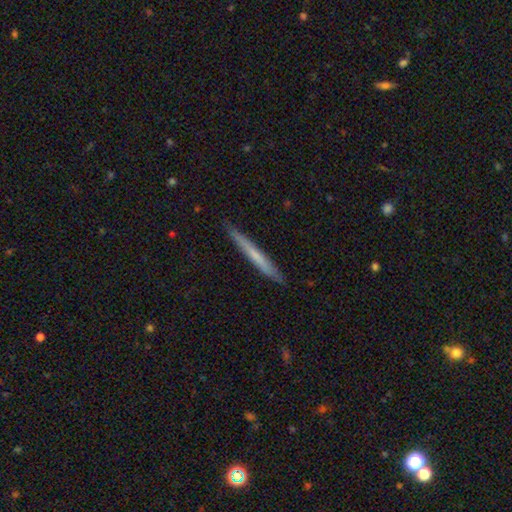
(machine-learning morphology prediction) Smooth or featured?
  - smooth: 52% *
  - featured or disk: 42%
  - star or artifact: 6%
How rounded?
  - cigar-shaped: 97% *
  - in between: 2%
  - round: 1%
Merging?
  - none: 90% *
  - minor disturbance: 8%
  - major disturbance: 1%
  - merger: 1%